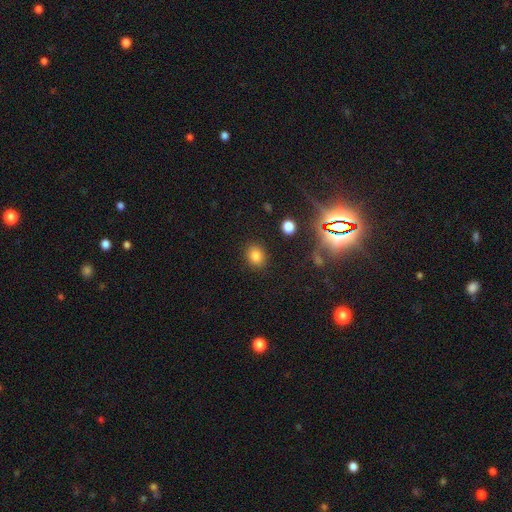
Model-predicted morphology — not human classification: A smooth galaxy with no disk features (80%) that is round (59%).

Vote fractions:
- Smooth or featured? smooth: 80% / star or artifact: 13% / featured or disk: 7%
- How rounded? round: 59% / in between: 40% / cigar-shaped: 1%
- Merging? none: 88% / minor disturbance: 8% / major disturbance: 3% / merger: 2%